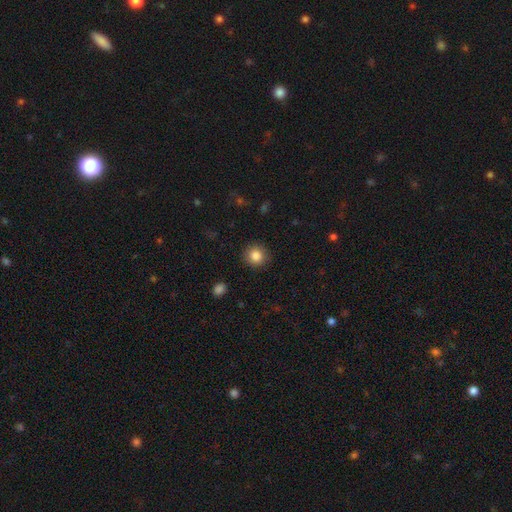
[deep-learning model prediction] This is clearly a smooth galaxy (85%). How rounded: clearly round (91%). Merging: clearly none (90%).